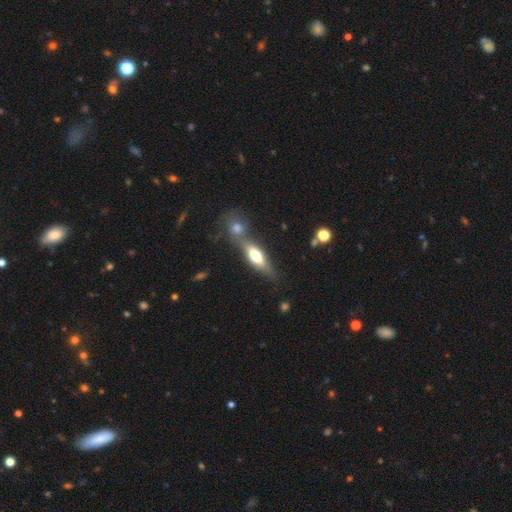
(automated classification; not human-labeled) Overall: smooth (52%; featured or disk 40%). How rounded: in between (52%; cigar-shaped 45%). Merging: none (51%; merger 30%).